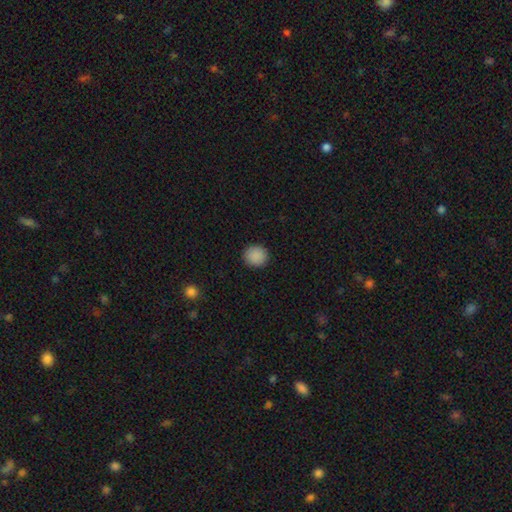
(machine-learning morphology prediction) The model was most divided on "how rounded": round: 88%, in between: 11%, cigar-shaped: 1%. More confident: merging — none (92%); smooth or featured — smooth (89%).